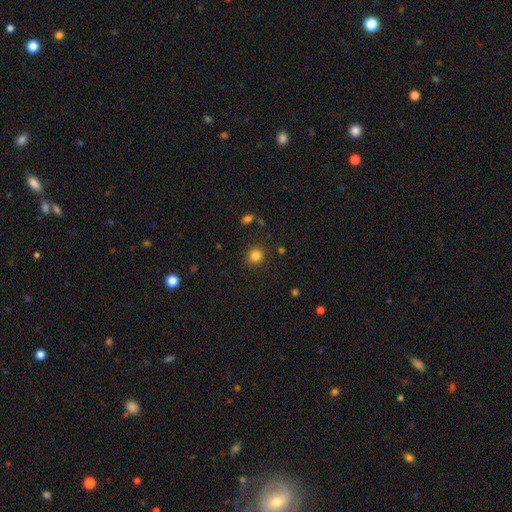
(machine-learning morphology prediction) smooth_or_featured: smooth (p=0.83) [alt: star or artifact p=0.12]
how_rounded: round (p=0.90) [alt: in between p=0.09]
merging: none (p=0.88) [alt: minor disturbance p=0.07]